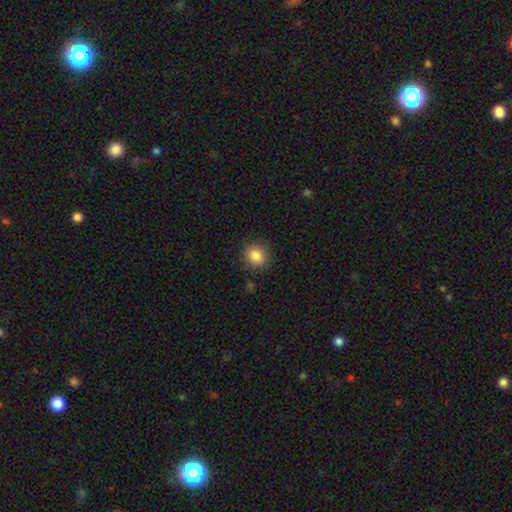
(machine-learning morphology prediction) smooth-or-featured: smooth: 85% | star or artifact: 10% | featured or disk: 5%
  how-rounded: round: 85% | in between: 14% | cigar-shaped: 1%
  merging: none: 88% | minor disturbance: 8% | major disturbance: 3% | merger: 1%